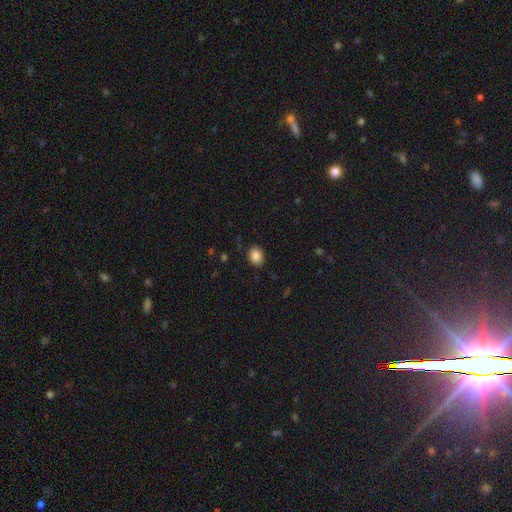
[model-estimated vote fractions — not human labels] Smooth or featured?
  - smooth: 86% *
  - star or artifact: 9%
  - featured or disk: 5%
How rounded?
  - in between: 54% *
  - round: 45%
  - cigar-shaped: 1%
Merging?
  - none: 88% *
  - minor disturbance: 9%
  - major disturbance: 2%
  - merger: 1%